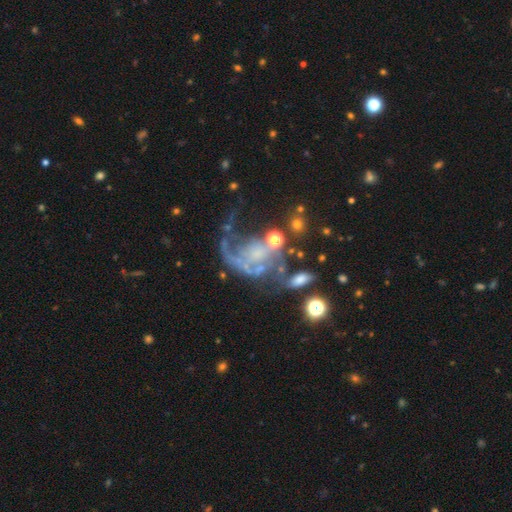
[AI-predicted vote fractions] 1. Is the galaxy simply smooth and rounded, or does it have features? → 73% featured or disk, 14% star or artifact, 13% smooth.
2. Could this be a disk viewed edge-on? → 98% no, 2% yes.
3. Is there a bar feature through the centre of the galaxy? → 78% no, 17% weak, 5% strong.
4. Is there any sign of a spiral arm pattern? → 73% yes, 27% no.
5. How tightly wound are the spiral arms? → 49% loose, 33% medium, 18% tight.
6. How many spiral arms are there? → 62% 1, 20% 2, 11% can't tell, 3% 3, 2% 4, 2% more than 4.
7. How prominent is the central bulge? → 51% none, 27% small, 15% moderate, 5% large, 2% dominant.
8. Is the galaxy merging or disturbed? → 45% major disturbance, 26% none, 15% minor disturbance, 14% merger.